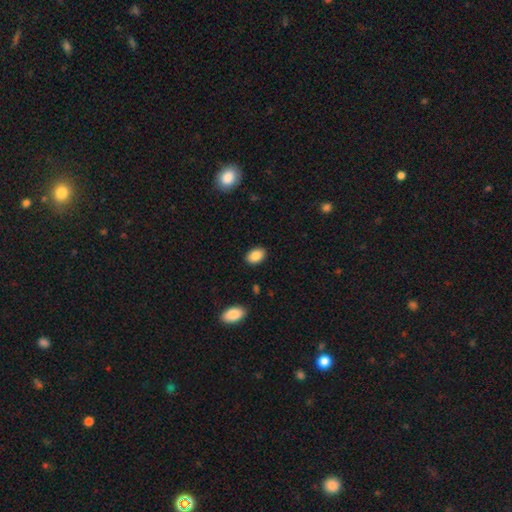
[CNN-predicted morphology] Smooth or featured: smooth — 87% (star or artifact — 8%)
How rounded: in between — 86% (round — 12%)
Merging: none — 89% (minor disturbance — 8%)